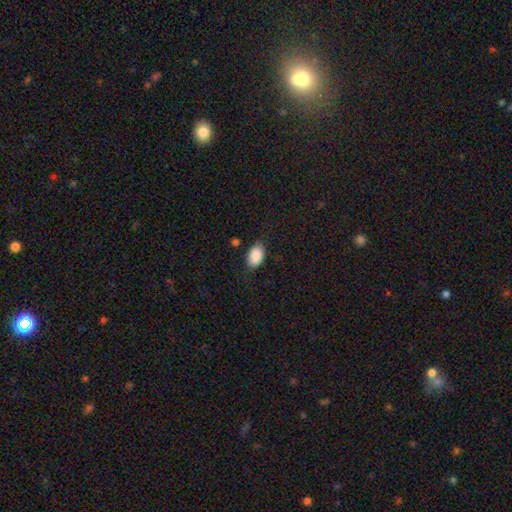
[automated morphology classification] This appears to be a smooth galaxy with no disk features (88%) that is in between round and cigar-shaped (90%). Merging: none (76%).